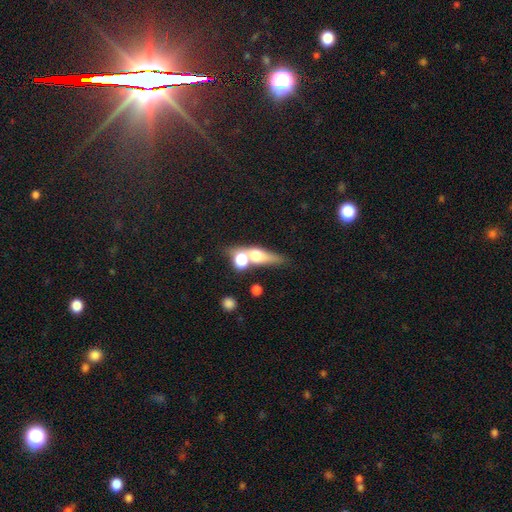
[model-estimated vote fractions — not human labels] smooth 52%, featured or disk 36%, star or artifact 12%. Down the decision tree: how rounded — in between (40%); merging — merger (42%).